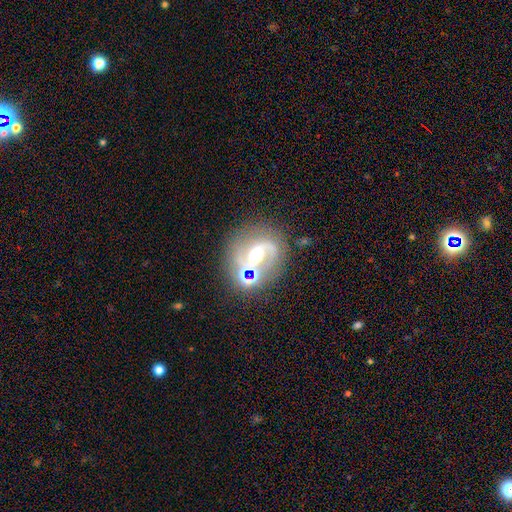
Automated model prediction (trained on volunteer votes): The model was most divided on "bar": weak: 40%, no: 32%, strong: 29%. Remaining: edge-on disk — no (97%); spiral arms — yes (89%); smooth or featured — featured or disk (76%); spiral arm count — 2 (72%); bulge size — moderate (66%); merging — none (63%); spiral winding — medium (49%).